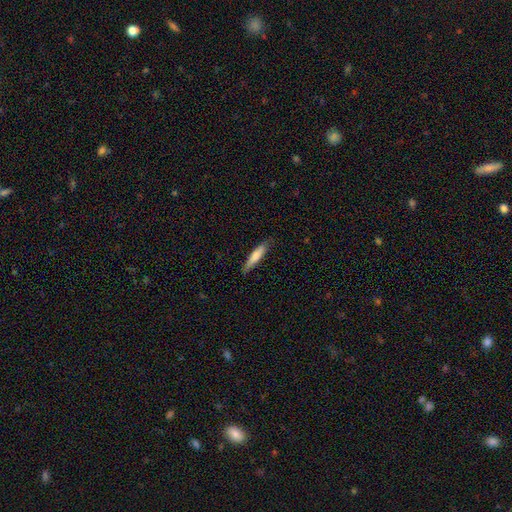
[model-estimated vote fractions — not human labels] This is likely a smooth galaxy (70%). How rounded: clearly cigar-shaped (85%). Merging: clearly none (84%).